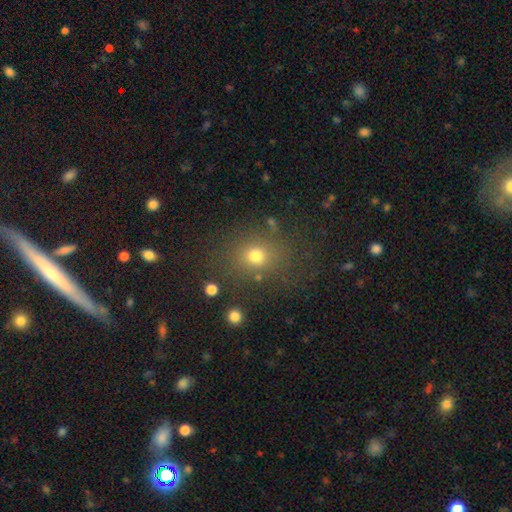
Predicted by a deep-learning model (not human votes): Smooth or featured?
  - smooth: 73% *
  - star or artifact: 18%
  - featured or disk: 9%
How rounded?
  - round: 70% *
  - in between: 29%
  - cigar-shaped: 1%
Merging?
  - none: 79% *
  - minor disturbance: 12%
  - major disturbance: 6%
  - merger: 4%